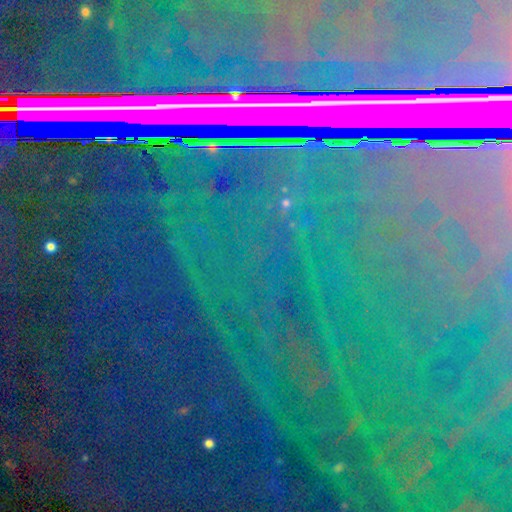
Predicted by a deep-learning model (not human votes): This is clearly a star or artifact rather than a galaxy (88%).